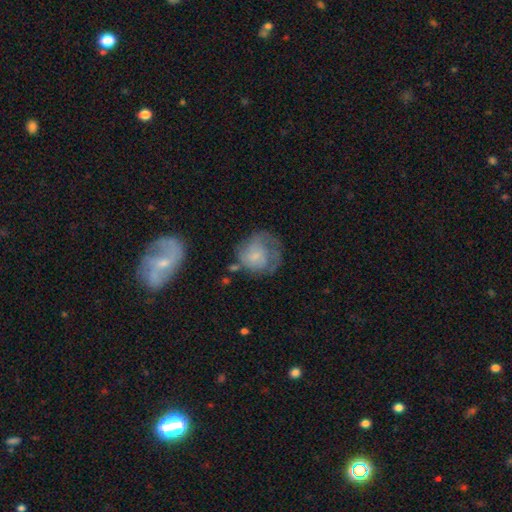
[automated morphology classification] Q: Smooth or featured?
A: smooth (49%); runner-up: featured or disk (43%)
Q: Merging?
A: none (40%); runner-up: major disturbance (30%)